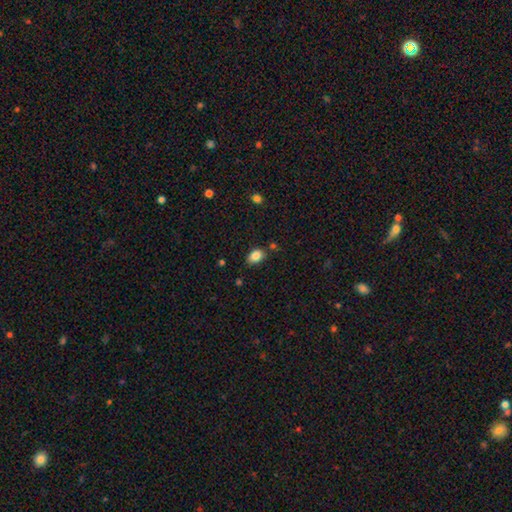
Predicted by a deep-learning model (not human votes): A smooth galaxy with no disk features (86%) that is in between round and cigar-shaped (81%).

Vote fractions:
- Smooth or featured? smooth: 86% / star or artifact: 9% / featured or disk: 6%
- How rounded? in between: 81% / round: 18% / cigar-shaped: 1%
- Merging? none: 79% / minor disturbance: 14% / merger: 4% / major disturbance: 3%